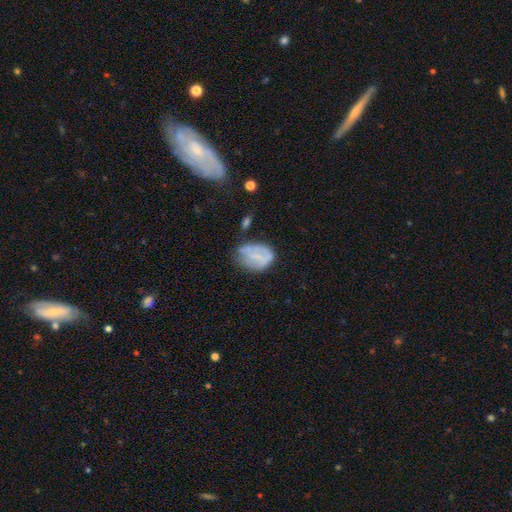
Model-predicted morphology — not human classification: Smooth or featured? smooth (56%)
How rounded? in between (80%)
Merging? none (39%)